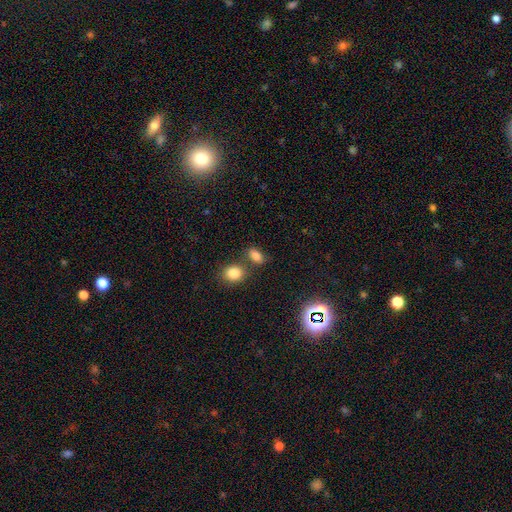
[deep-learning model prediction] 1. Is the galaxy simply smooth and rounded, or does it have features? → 80% smooth, 13% star or artifact, 7% featured or disk.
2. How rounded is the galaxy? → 81% in between, 15% round, 4% cigar-shaped.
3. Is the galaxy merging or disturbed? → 65% none, 19% merger, 12% minor disturbance, 4% major disturbance.